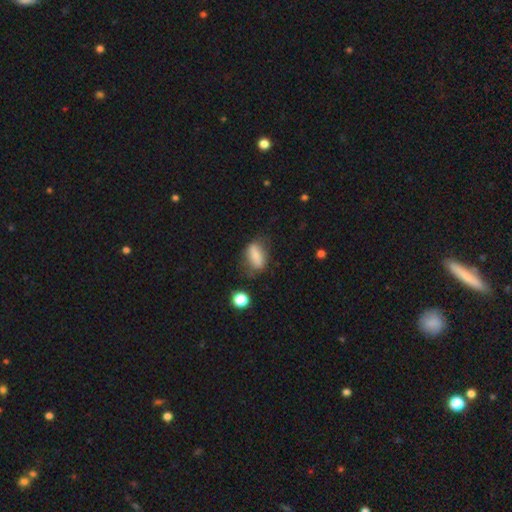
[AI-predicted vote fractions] smooth_or_featured: smooth (p=0.68) [alt: featured or disk p=0.23]
how_rounded: in between (p=0.74) [alt: cigar-shaped p=0.16]
merging: none (p=0.64) [alt: minor disturbance p=0.22]